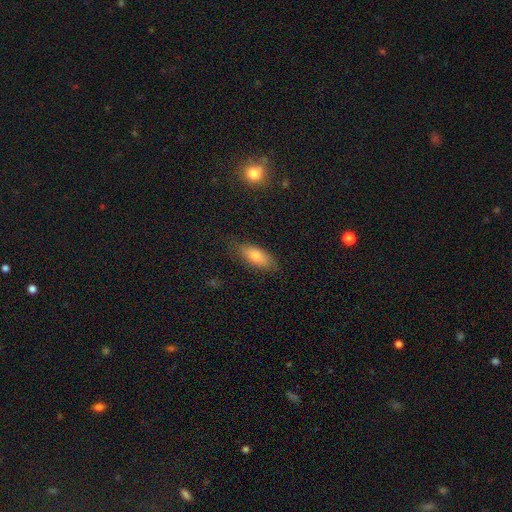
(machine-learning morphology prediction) Overall: smooth (75%). How rounded: in between (72%). Merging: none (80%).